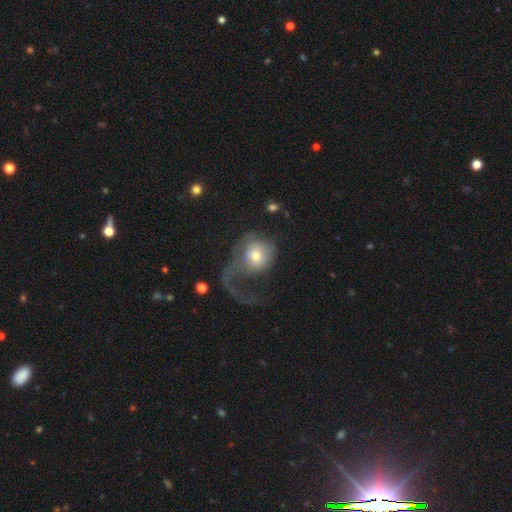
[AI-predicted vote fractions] A smooth galaxy with no disk features (53%) that is round (72%).

Vote fractions:
- Smooth or featured? smooth: 53% / featured or disk: 39% / star or artifact: 8%
- How rounded? round: 72% / in between: 27% / cigar-shaped: 1%
- Merging? major disturbance: 68% / none: 17% / minor disturbance: 10% / merger: 5%